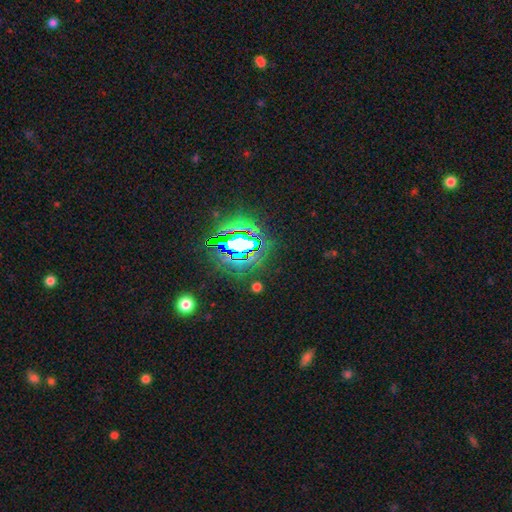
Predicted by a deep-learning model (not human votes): smooth-or-featured: star or artifact: 85% | smooth: 9% | featured or disk: 6%